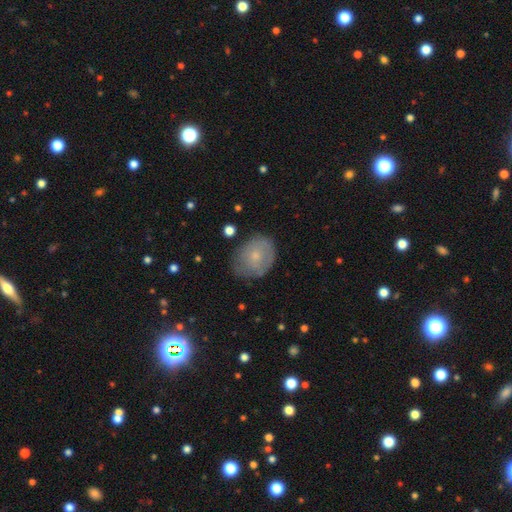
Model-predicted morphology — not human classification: A smooth galaxy with no disk features (63%) that is in between round and cigar-shaped (54%).

Vote fractions:
- Smooth or featured? smooth: 63% / featured or disk: 28% / star or artifact: 9%
- How rounded? in between: 54% / round: 45% / cigar-shaped: 1%
- Merging? none: 67% / minor disturbance: 24% / major disturbance: 7% / merger: 2%